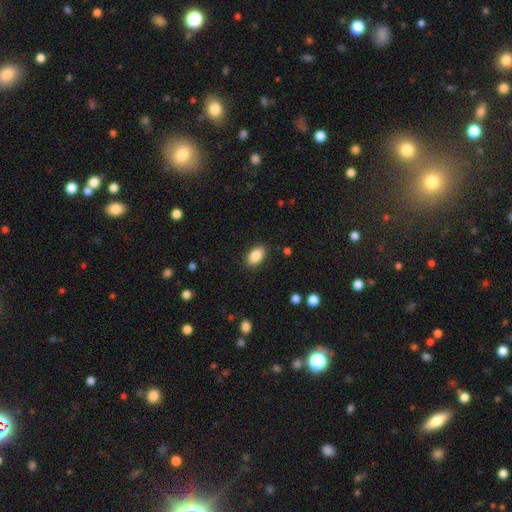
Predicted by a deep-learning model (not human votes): smooth_or_featured: smooth (p=0.87) [alt: star or artifact p=0.08]
how_rounded: in between (p=0.92) [alt: round p=0.06]
merging: none (p=0.88) [alt: minor disturbance p=0.09]